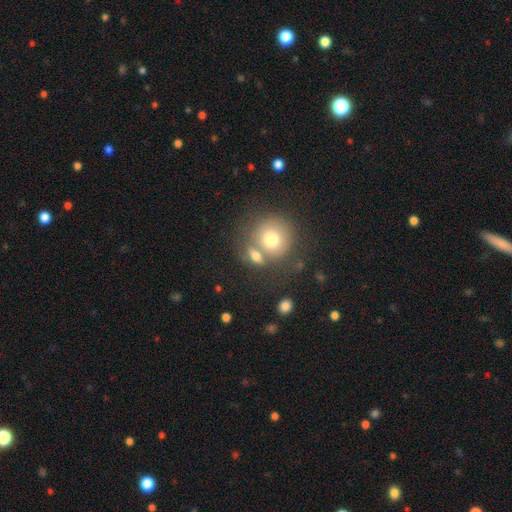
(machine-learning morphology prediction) smooth-or-featured: smooth: 72% | featured or disk: 17% | star or artifact: 11%
  how-rounded: round: 53% | in between: 42% | cigar-shaped: 6%
  merging: none: 48% | merger: 35% | minor disturbance: 11% | major disturbance: 6%